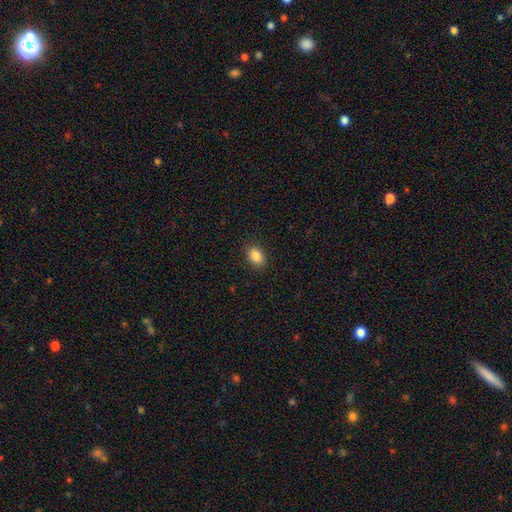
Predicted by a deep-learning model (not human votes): Smooth or featured?
  - smooth: 86% *
  - star or artifact: 9%
  - featured or disk: 5%
How rounded?
  - in between: 81% *
  - round: 18%
  - cigar-shaped: 1%
Merging?
  - none: 88% *
  - minor disturbance: 8%
  - major disturbance: 2%
  - merger: 1%